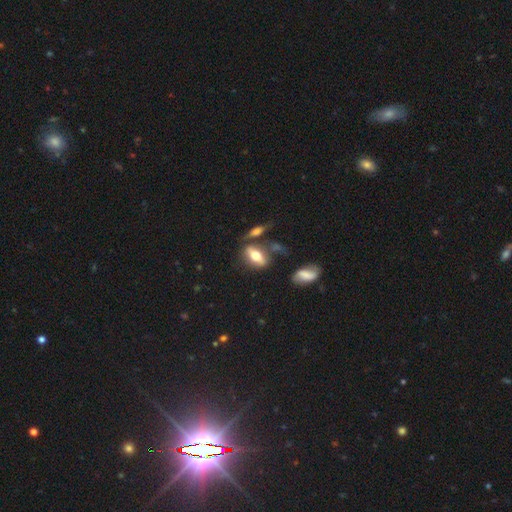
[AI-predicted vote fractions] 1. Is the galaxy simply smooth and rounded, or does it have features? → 63% smooth, 29% featured or disk, 8% star or artifact.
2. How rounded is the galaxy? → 80% in between, 15% cigar-shaped, 5% round.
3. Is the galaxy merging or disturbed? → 54% none, 20% minor disturbance, 16% merger, 10% major disturbance.